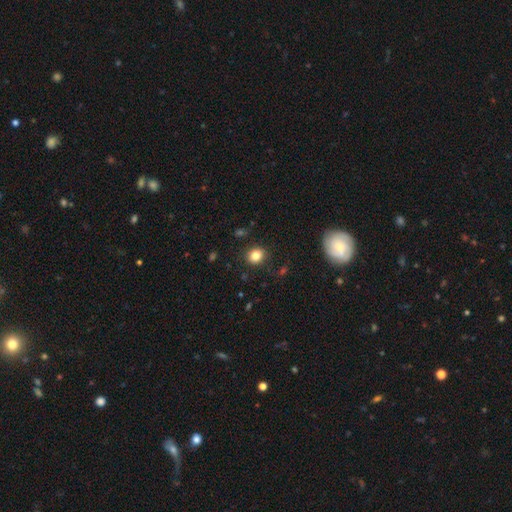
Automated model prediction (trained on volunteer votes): smooth 82%, star or artifact 11%, featured or disk 7%. Down the decision tree: how rounded — round (62%); merging — none (86%).